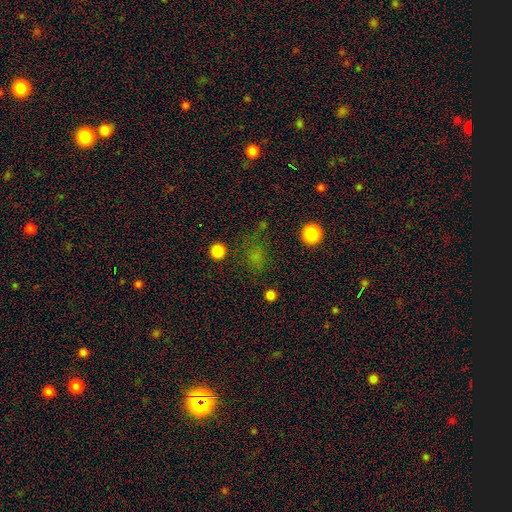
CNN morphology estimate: Smooth or featured? Predicted: smooth (p=0.58). How rounded? Predicted: round (p=0.64). Merging? Predicted: none (p=0.71).